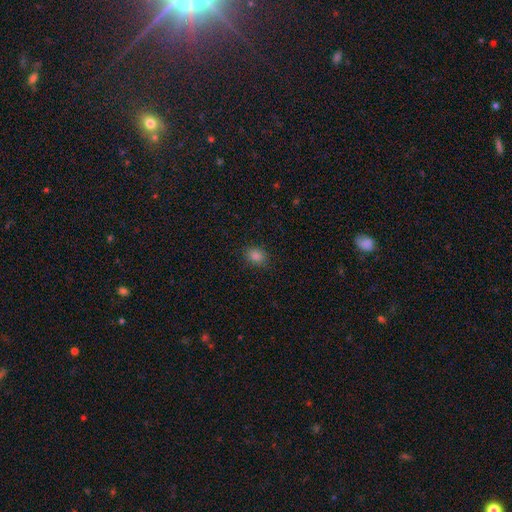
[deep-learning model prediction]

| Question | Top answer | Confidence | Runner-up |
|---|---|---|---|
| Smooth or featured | smooth | 83% | star or artifact (13%) |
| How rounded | in between | 59% | round (40%) |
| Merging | none | 86% | minor disturbance (10%) |